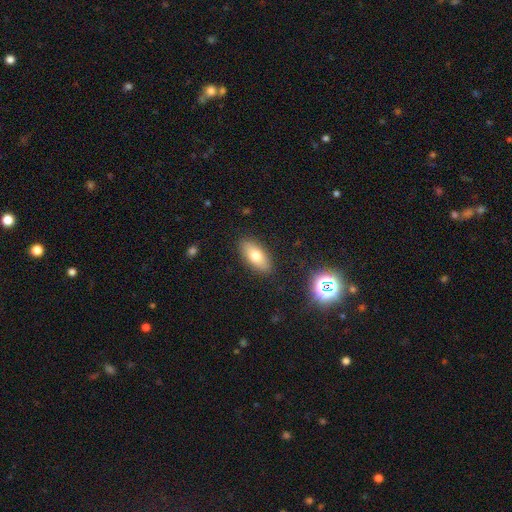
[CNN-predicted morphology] Overall: smooth (71%). How rounded: in between (84%). Merging: none (88%).